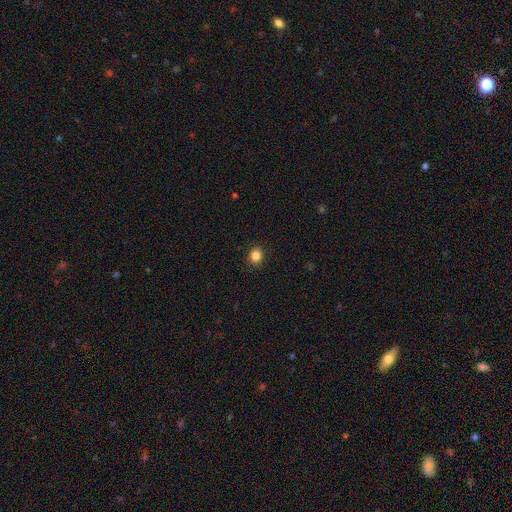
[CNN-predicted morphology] This is clearly a smooth galaxy (85%). How rounded: clearly round (84%). Merging: clearly none (92%).